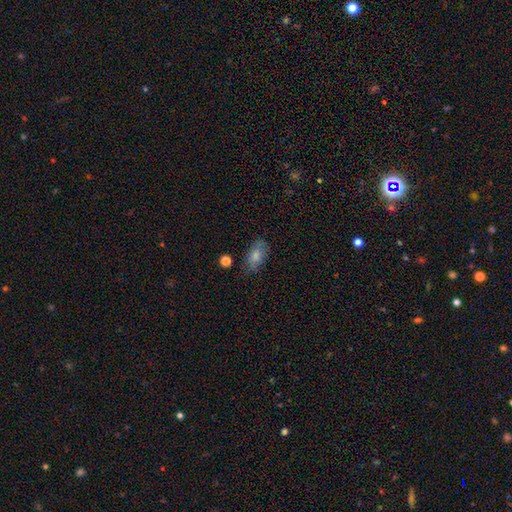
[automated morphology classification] smooth 79%, featured or disk 13%, star or artifact 8%. Down the decision tree: how rounded — in between (90%); merging — none (73%).